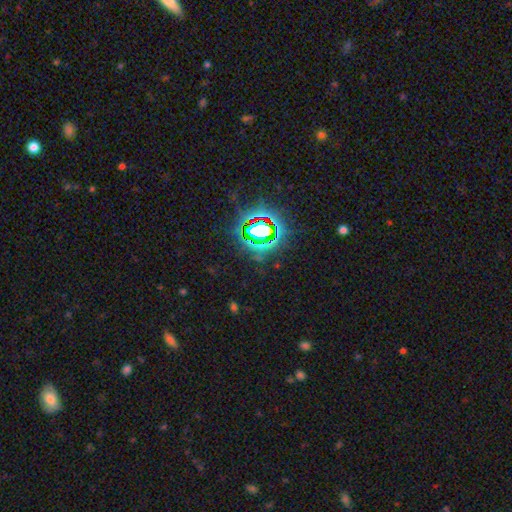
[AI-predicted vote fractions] Smooth or featured: star or artifact — 78% (smooth — 14%)